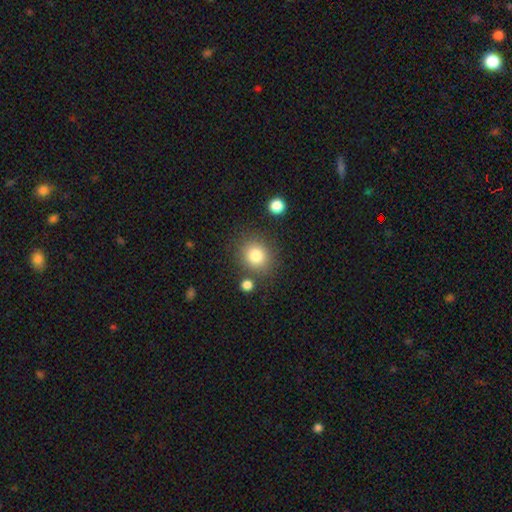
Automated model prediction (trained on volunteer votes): Smooth or featured: smooth — 82% (star or artifact — 11%)
How rounded: round — 81% (in between — 18%)
Merging: none — 81% (minor disturbance — 9%)